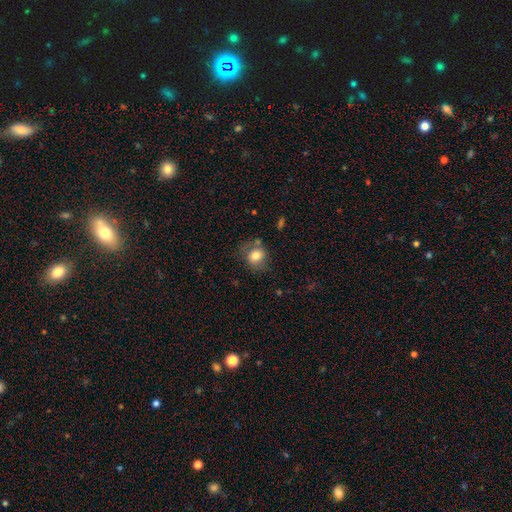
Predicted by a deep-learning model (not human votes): Smooth or featured: smooth — 75% (featured or disk — 16%)
How rounded: round — 61% (in between — 38%)
Merging: none — 63% (minor disturbance — 22%)